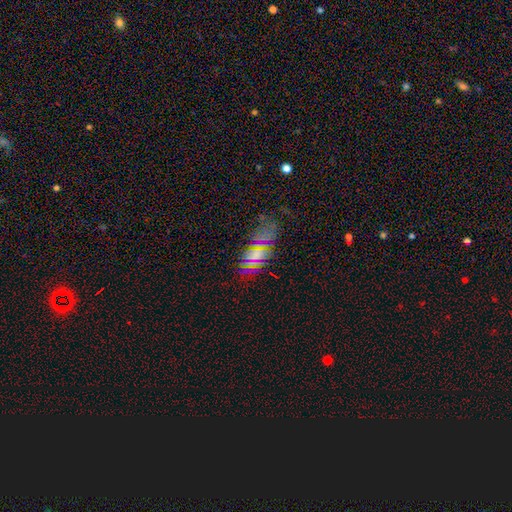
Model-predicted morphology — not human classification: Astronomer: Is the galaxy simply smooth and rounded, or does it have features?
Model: smooth — 57%.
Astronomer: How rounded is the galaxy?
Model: in between — 85%.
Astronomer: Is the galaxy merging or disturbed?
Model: none — 78%.